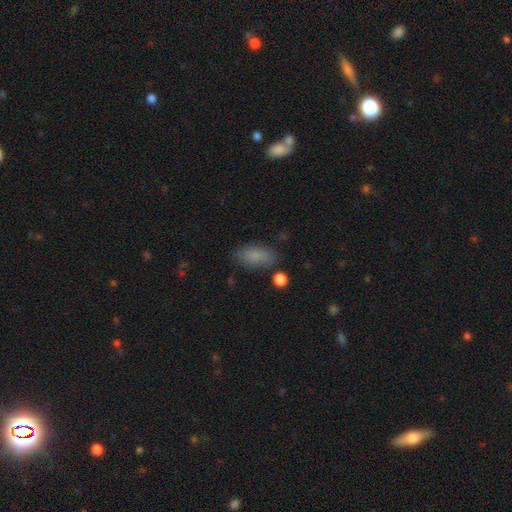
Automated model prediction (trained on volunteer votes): smooth-or-featured: smooth: 85% | star or artifact: 9% | featured or disk: 7%
  how-rounded: in between: 87% | cigar-shaped: 10% | round: 4%
  merging: none: 80% | minor disturbance: 13% | major disturbance: 4% | merger: 3%